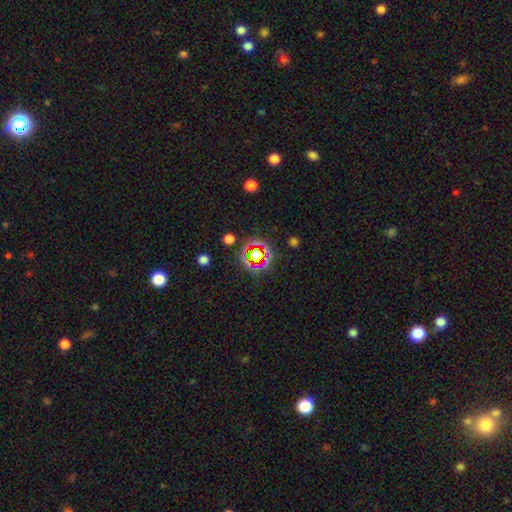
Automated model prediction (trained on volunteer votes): Smooth or featured? star or artifact (62%)